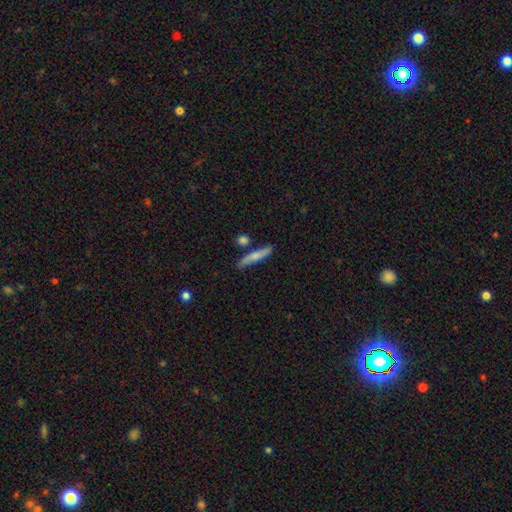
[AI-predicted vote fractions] The model was most divided on "smooth or featured": smooth: 66%, featured or disk: 29%, star or artifact: 6%. More confident: how rounded — cigar-shaped (86%); merging — none (76%).